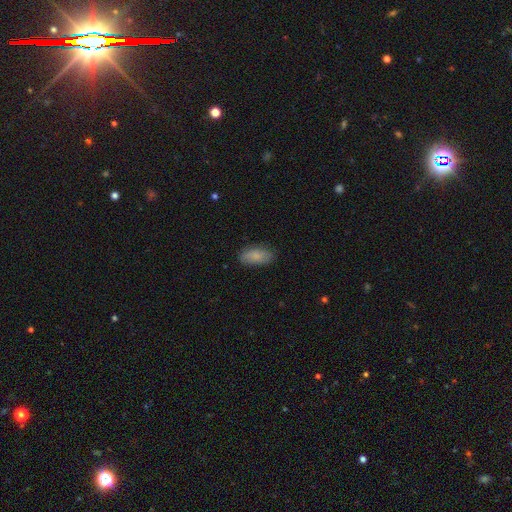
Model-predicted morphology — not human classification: Q: Smooth or featured?
A: smooth (84%); runner-up: featured or disk (10%)
Q: How rounded?
A: in between (90%); runner-up: cigar-shaped (7%)
Q: Merging?
A: none (82%); runner-up: minor disturbance (14%)